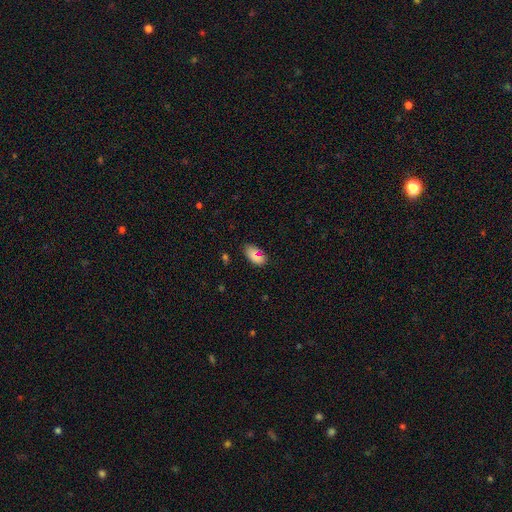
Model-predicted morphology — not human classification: The model was most divided on "merging": none: 72%, minor disturbance: 19%, major disturbance: 5%, merger: 4%. More confident: how rounded — in between (93%); smooth or featured — smooth (76%).